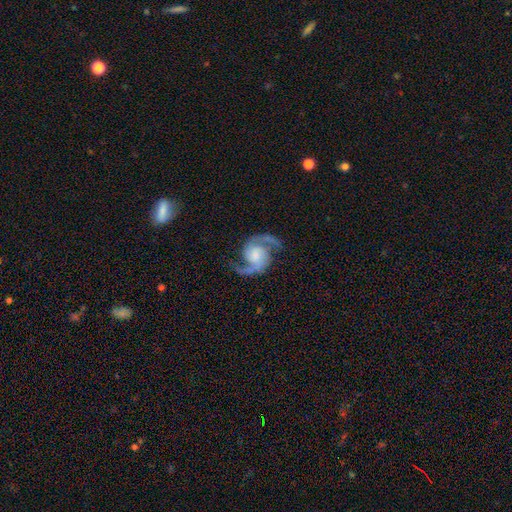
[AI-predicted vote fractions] Overall: featured or disk (92%). Edge-on disk: no (98%). Bar: no (58%; weak 33%). Spiral arms: yes (98%). Spiral arm count: 2 (95%). Spiral winding: medium (51%; loose 39%). Bulge size: moderate (31%; small 29%). Merging: none (79%).